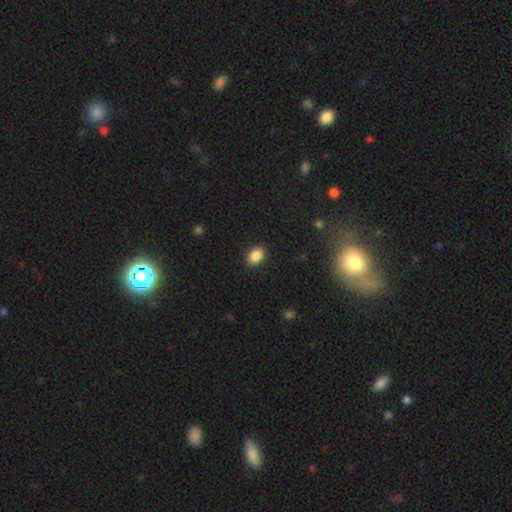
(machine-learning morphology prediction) smooth_or_featured: smooth (p=0.88) [alt: star or artifact p=0.09]
how_rounded: in between (p=0.83) [alt: round p=0.16]
merging: none (p=0.89) [alt: minor disturbance p=0.08]